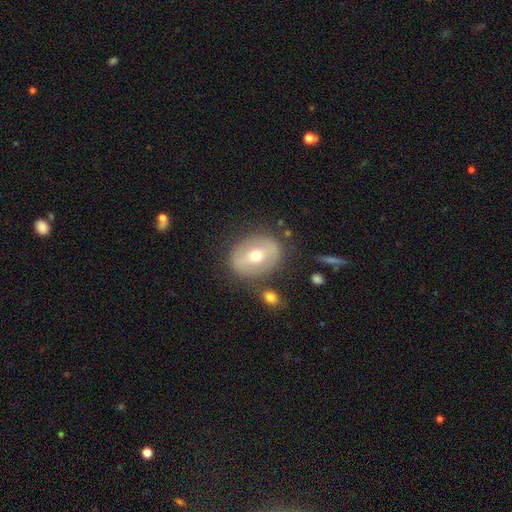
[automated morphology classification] A featured or disk galaxy (54%) with a strong bar (36%), no spiral arms (75%) and a moderate central bulge (73%). Merging: none (79%).